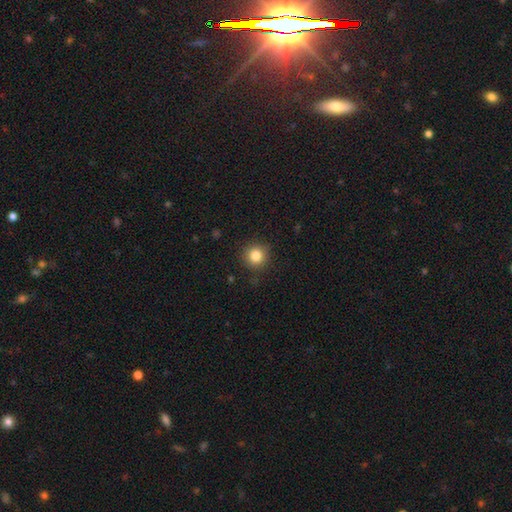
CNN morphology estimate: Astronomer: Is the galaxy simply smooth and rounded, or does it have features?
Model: smooth — 83%.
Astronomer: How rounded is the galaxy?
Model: round — 94%.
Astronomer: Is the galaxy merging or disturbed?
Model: none — 89%.